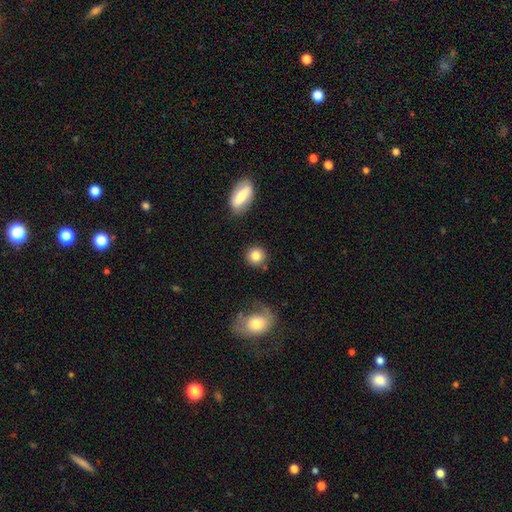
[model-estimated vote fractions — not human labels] Smooth or featured? Predicted: smooth (p=0.84). How rounded? Predicted: round (p=0.90). Merging? Predicted: none (p=0.85).